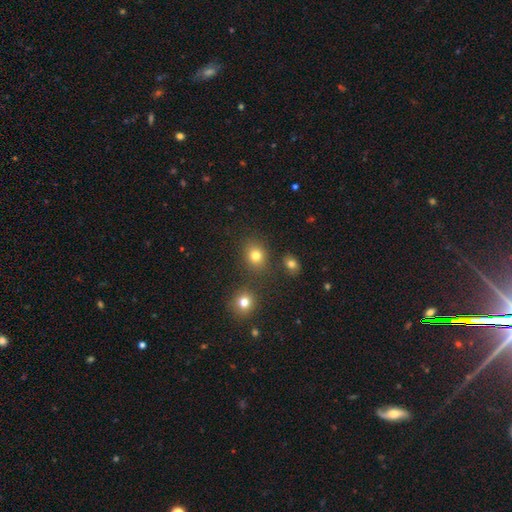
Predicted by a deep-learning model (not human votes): Smooth or featured? Predicted: smooth (p=0.78). How rounded? Predicted: round (p=0.67). Merging? Predicted: none (p=0.79).